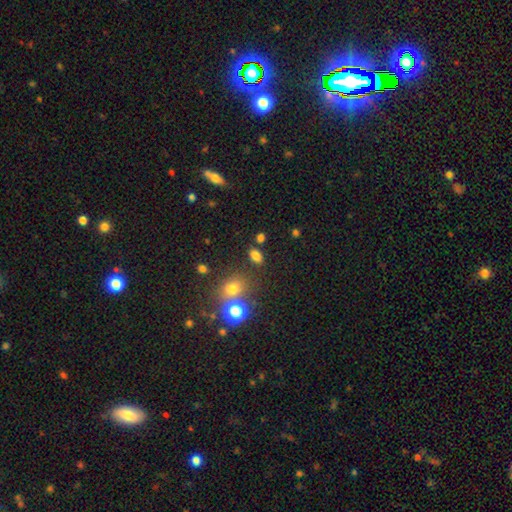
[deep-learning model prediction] smooth_or_featured: smooth (p=0.77) [alt: star or artifact p=0.17]
how_rounded: in between (p=0.83) [alt: round p=0.15]
merging: none (p=0.77) [alt: minor disturbance p=0.11]